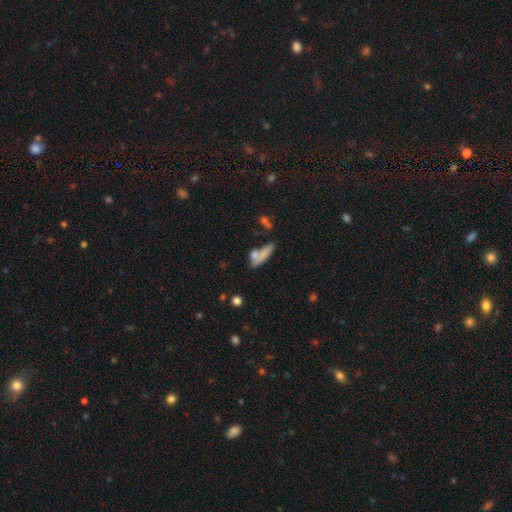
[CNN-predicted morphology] Smooth or featured? Predicted: smooth (p=0.72). How rounded? Predicted: in between (p=0.56). Merging? Predicted: none (p=0.39).